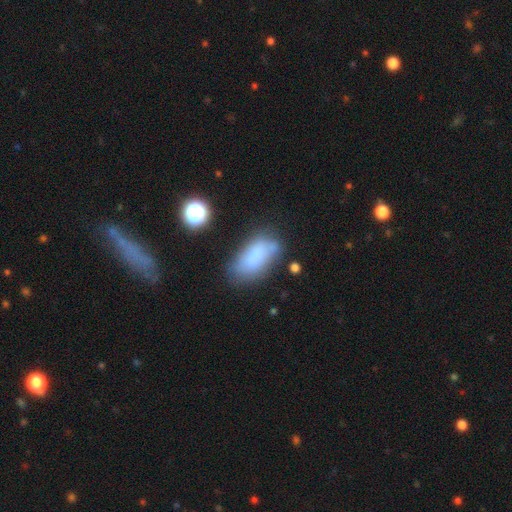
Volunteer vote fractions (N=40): smooth-or-featured: smooth: 78% | featured or disk: 12% | star or artifact: 10%
  how-rounded: in between: 94% | round: 3% | cigar-shaped: 3%
  merging: none: 36% (tied) | minor disturbance: 36% (tied) | major disturbance: 17% | merger: 11%